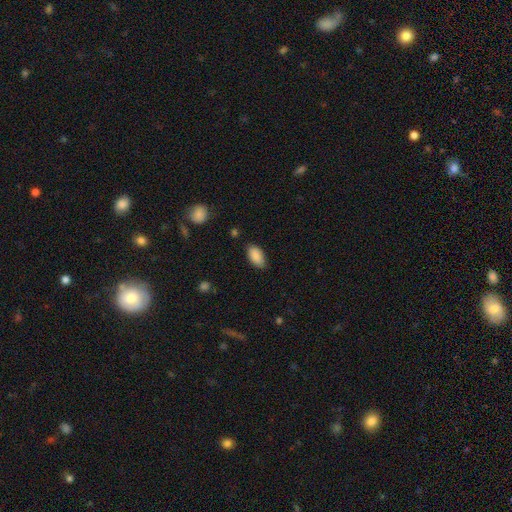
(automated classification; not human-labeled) Overall: smooth (88%). How rounded: in between (94%). Merging: none (82%).